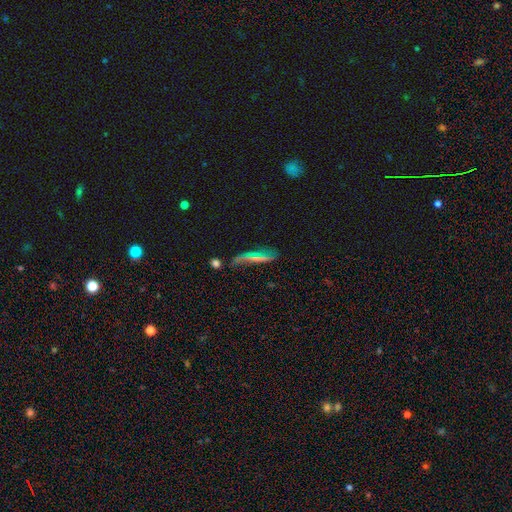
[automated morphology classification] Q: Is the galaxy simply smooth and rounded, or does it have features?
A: featured or disk — 51%.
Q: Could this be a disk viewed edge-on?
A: yes — 60%.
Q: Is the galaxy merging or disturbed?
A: none — 61%.